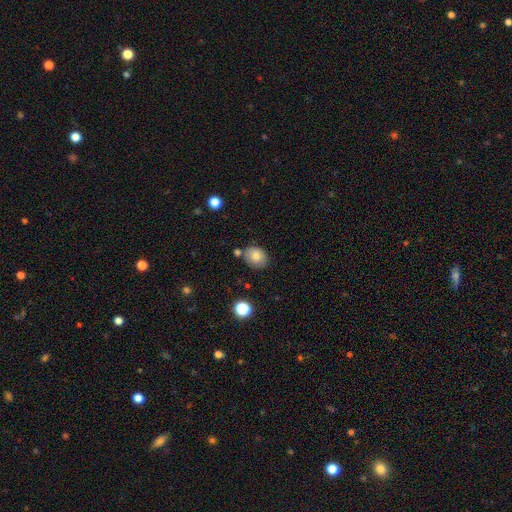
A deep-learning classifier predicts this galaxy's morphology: A smooth galaxy with no disk features (80%) that is round (51%). Merging: none (75%).